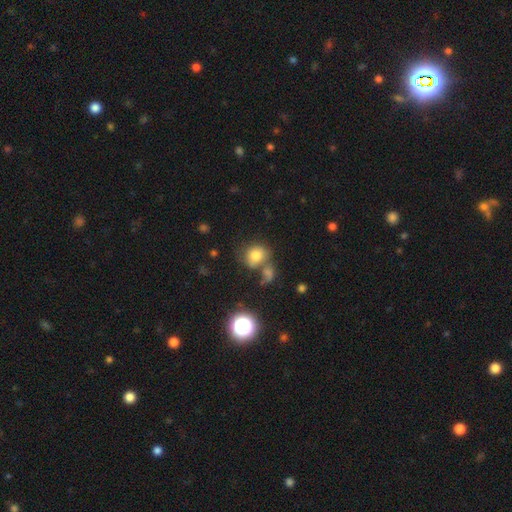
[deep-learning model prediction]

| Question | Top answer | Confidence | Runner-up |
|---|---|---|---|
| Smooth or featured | smooth | 76% | star or artifact (14%) |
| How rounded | round | 74% | in between (25%) |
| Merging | none | 53% | merger (26%) |